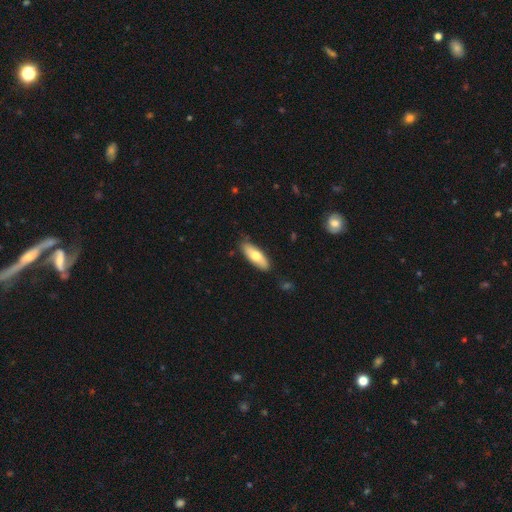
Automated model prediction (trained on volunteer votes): Smooth or featured?
  - smooth: 69% *
  - featured or disk: 26%
  - star or artifact: 5%
How rounded?
  - in between: 64% *
  - cigar-shaped: 34%
  - round: 2%
Merging?
  - none: 83% *
  - minor disturbance: 13%
  - major disturbance: 2%
  - merger: 1%